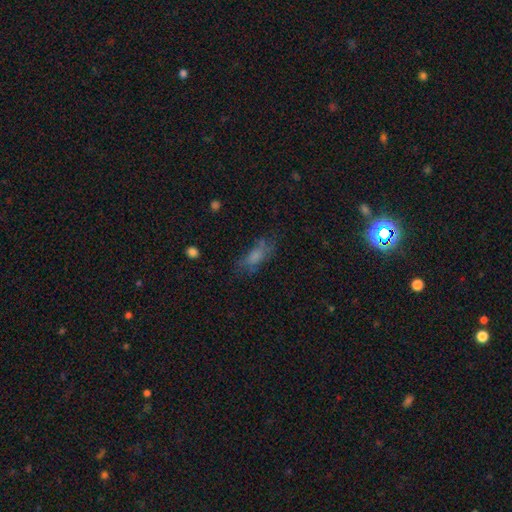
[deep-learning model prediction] A smooth galaxy with no disk features (63%) that is in between round and cigar-shaped (59%).

Vote fractions:
- Smooth or featured? smooth: 63% / featured or disk: 23% / star or artifact: 14%
- How rounded? in between: 59% / cigar-shaped: 37% / round: 4%
- Merging? none: 55% / minor disturbance: 25% / major disturbance: 17% / merger: 4%